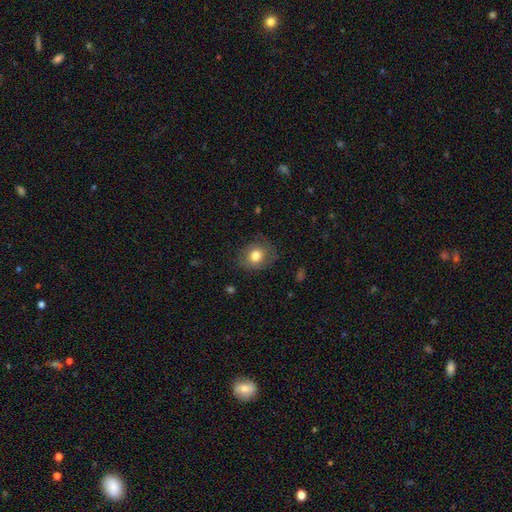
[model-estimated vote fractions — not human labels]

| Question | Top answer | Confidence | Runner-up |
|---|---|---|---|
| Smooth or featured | smooth | 79% | featured or disk (12%) |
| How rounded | round | 67% | in between (32%) |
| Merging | none | 76% | minor disturbance (17%) |